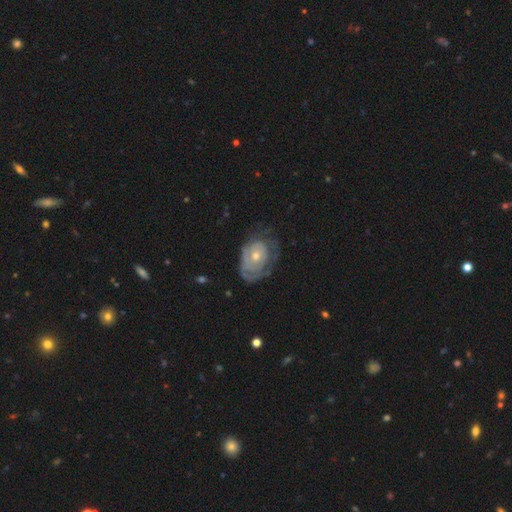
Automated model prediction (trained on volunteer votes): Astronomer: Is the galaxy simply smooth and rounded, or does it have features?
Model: featured or disk — 70%.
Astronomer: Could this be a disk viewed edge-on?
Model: no — 95%.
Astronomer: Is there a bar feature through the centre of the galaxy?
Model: no — 83%.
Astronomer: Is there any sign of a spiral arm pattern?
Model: yes — 69%.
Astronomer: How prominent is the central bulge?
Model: moderate — 50% (runner-up: small, 46%).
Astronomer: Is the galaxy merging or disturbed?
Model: none — 56%.